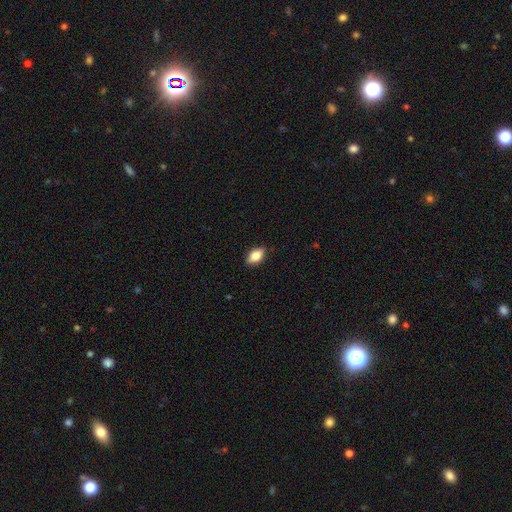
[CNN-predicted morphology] smooth-or-featured: smooth: 81% | featured or disk: 12% | star or artifact: 7%
  how-rounded: in between: 88% | round: 7% | cigar-shaped: 5%
  merging: none: 86% | minor disturbance: 11% | major disturbance: 2% | merger: 1%